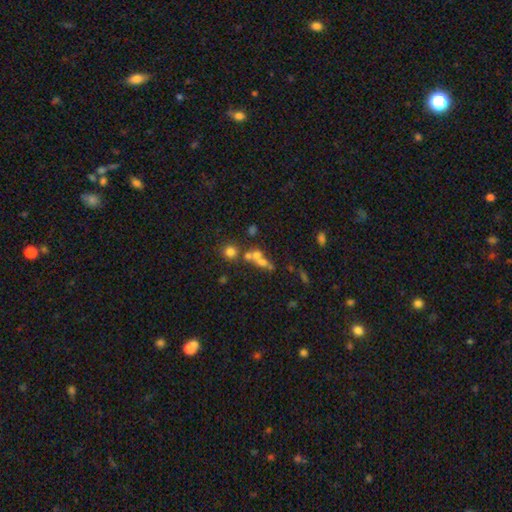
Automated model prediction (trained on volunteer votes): Smooth or featured? Predicted: smooth (p=0.54). How rounded? Predicted: round (p=0.71). Merging? Predicted: merger (p=0.50).